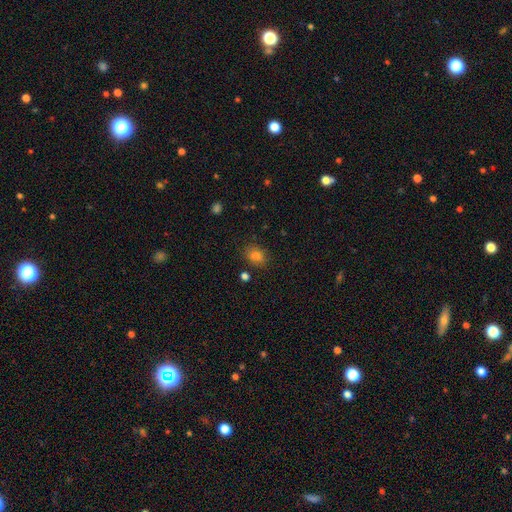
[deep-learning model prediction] Overall: smooth (80%). How rounded: in between (58%; round 41%). Merging: none (82%).